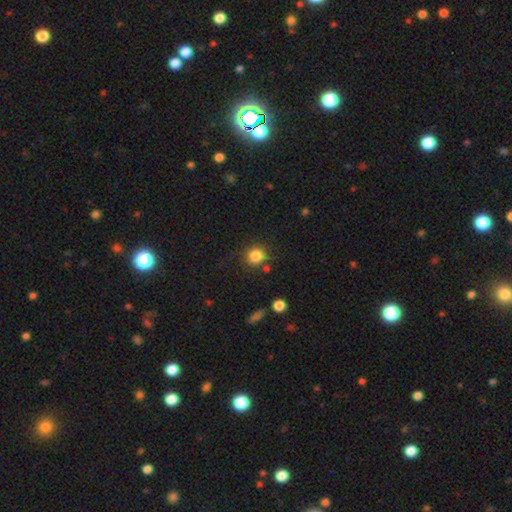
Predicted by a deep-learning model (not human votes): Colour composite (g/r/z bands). It shows a smooth galaxy with no disk features (84%) that is round (86%). Merging: none (78%).